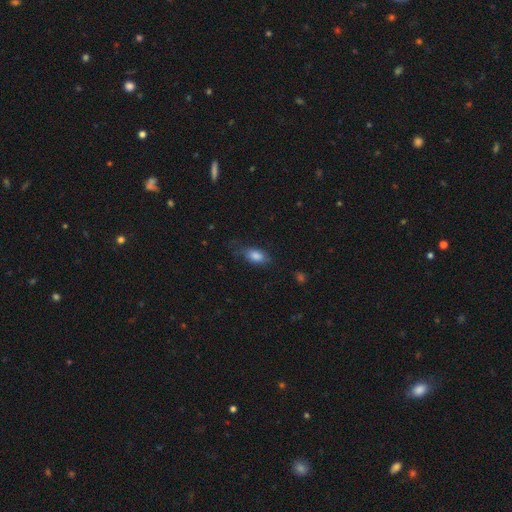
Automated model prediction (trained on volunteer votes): This is clearly a smooth galaxy (82%). How rounded: clearly in between (87%). Merging: likely none (62%).